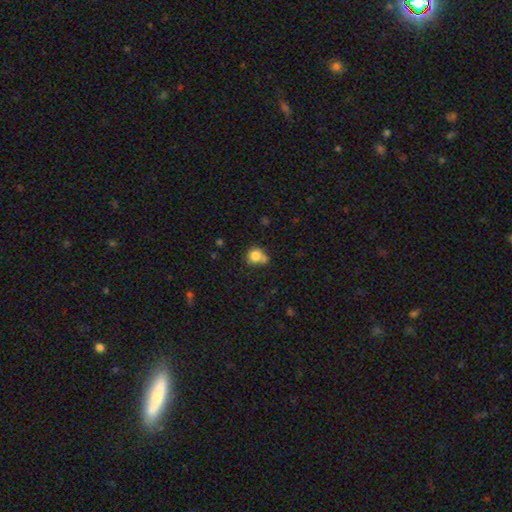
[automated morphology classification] Overall: smooth (81%). How rounded: round (82%). Merging: none (52%; merger 27%).